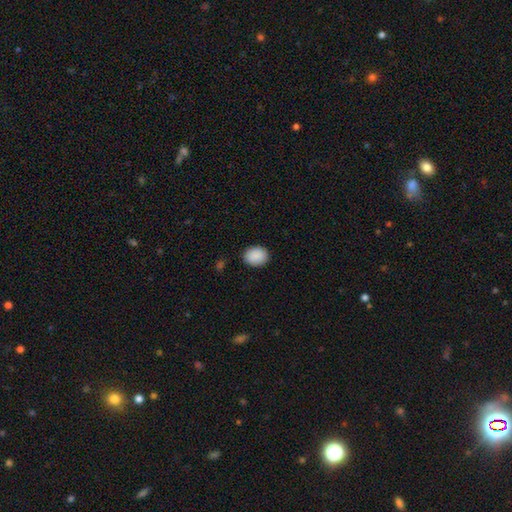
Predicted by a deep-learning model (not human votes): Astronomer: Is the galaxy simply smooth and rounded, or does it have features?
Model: smooth — 90%.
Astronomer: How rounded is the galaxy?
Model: in between — 54% (runner-up: round, 45%).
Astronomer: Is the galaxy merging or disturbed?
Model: none — 88%.